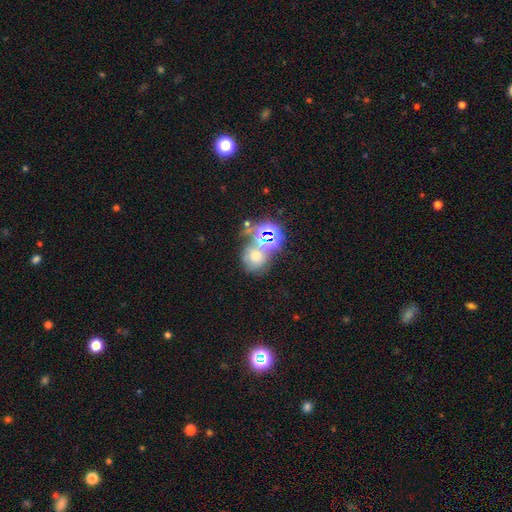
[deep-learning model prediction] This appears to be a smooth galaxy with no disk features (46%). Merging: none (50%).